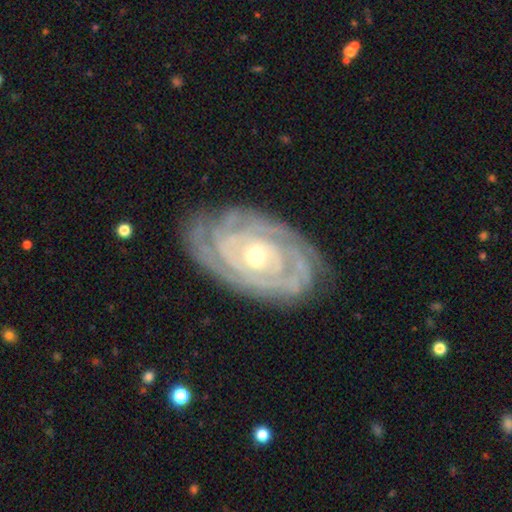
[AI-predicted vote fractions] A featured or disk galaxy (89%) with no bar (72%), tight (85%) spiral arms (96%) and a moderate central bulge (51%). Merging: none (80%).